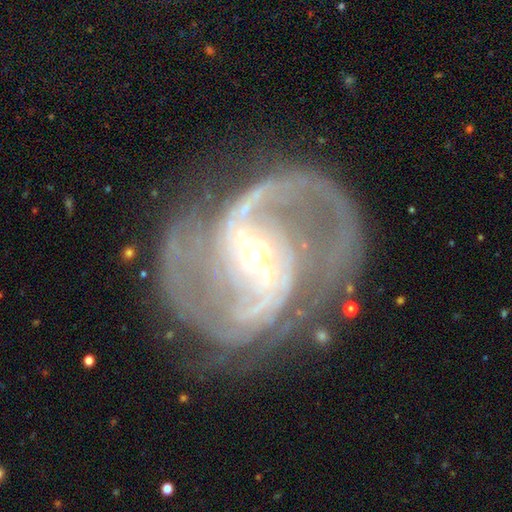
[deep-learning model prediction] Smooth or featured? Predicted: featured or disk (p=0.92). Edge-on disk? Predicted: no (p=0.98). Bar? Predicted: strong (p=0.43). Spiral arms? Predicted: yes (p=0.98). Spiral winding? Predicted: medium (p=0.53). Spiral arm count? Predicted: 2 (p=0.80). Bulge size? Predicted: small (p=0.69). Merging? Predicted: none (p=0.67).